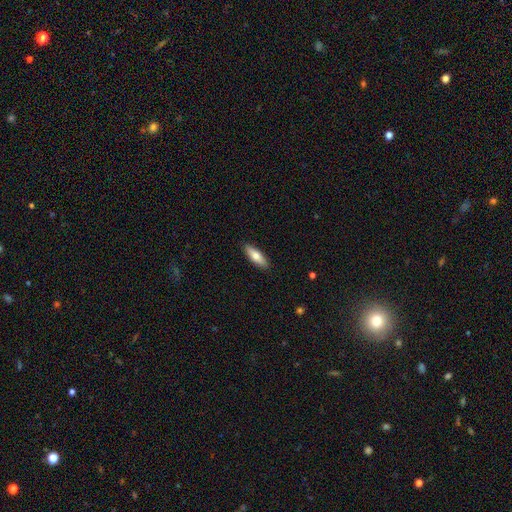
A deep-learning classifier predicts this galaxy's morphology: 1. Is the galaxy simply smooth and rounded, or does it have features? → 74% smooth, 20% featured or disk, 6% star or artifact.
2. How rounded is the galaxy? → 53% in between, 45% cigar-shaped, 2% round.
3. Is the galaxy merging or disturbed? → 90% none, 7% minor disturbance, 2% major disturbance, 1% merger.